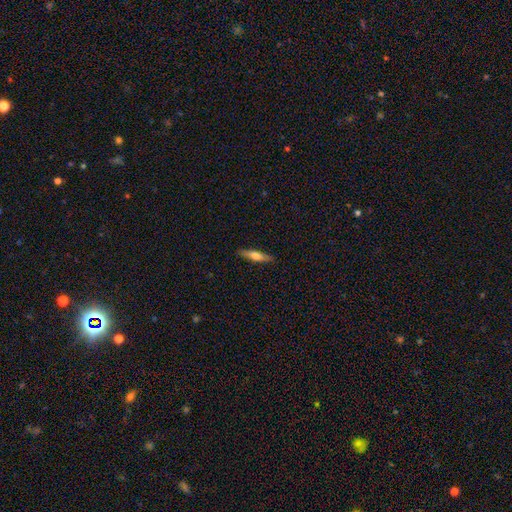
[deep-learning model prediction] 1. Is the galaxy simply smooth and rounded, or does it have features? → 48% smooth, 47% featured or disk, 6% star or artifact.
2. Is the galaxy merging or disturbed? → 90% none, 8% minor disturbance, 2% major disturbance, 1% merger.